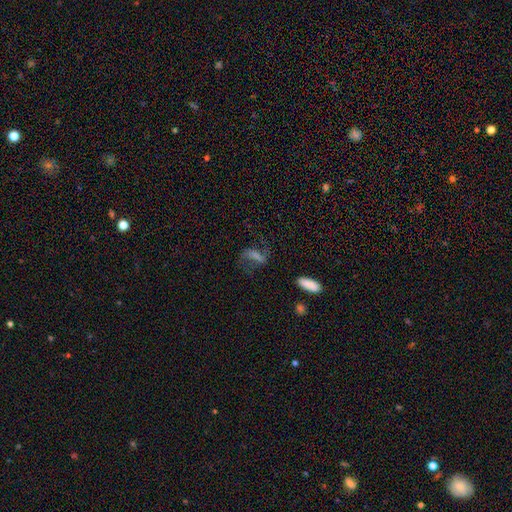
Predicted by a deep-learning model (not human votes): A featured or disk galaxy (52%).

Vote fractions:
- Smooth or featured? featured or disk: 52% / smooth: 30% / star or artifact: 18%
- Edge-on disk? no: 90% / yes: 10%
- Merging? none: 62% / major disturbance: 17% / minor disturbance: 17% / merger: 4%